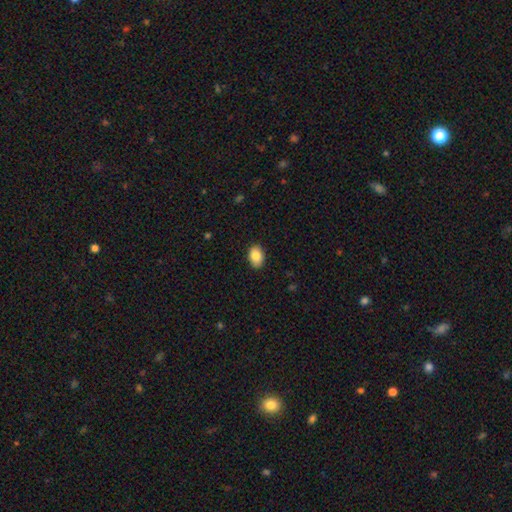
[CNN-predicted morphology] A smooth galaxy with no disk features (85%) that is in between round and cigar-shaped (83%). Merging: none (87%).